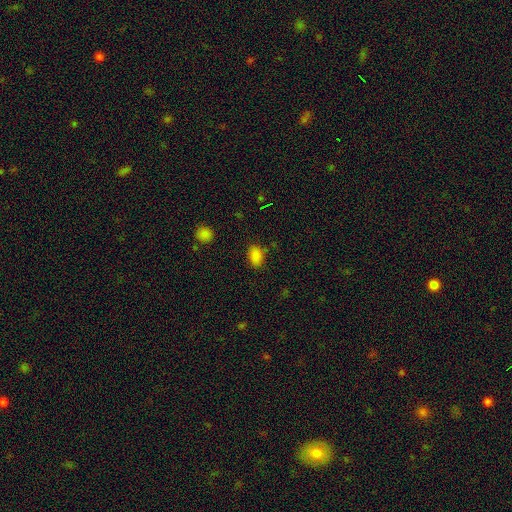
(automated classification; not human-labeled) smooth_or_featured: smooth (p=0.84) [alt: star or artifact p=0.13]
how_rounded: in between (p=0.86) [alt: round p=0.12]
merging: none (p=0.80) [alt: minor disturbance p=0.14]